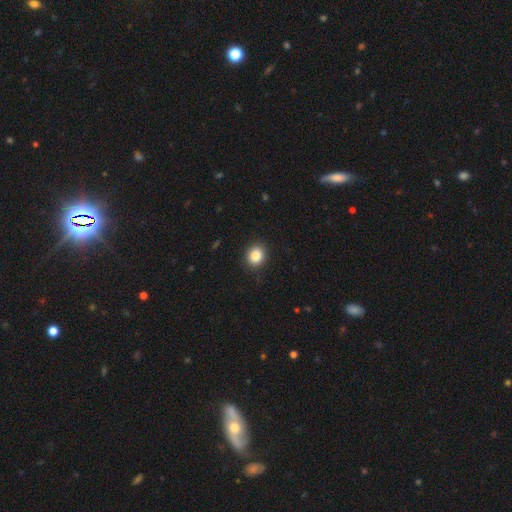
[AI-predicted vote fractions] Smooth or featured: smooth — 87% (star or artifact — 9%)
How rounded: round — 70% (in between — 29%)
Merging: none — 88% (minor disturbance — 8%)